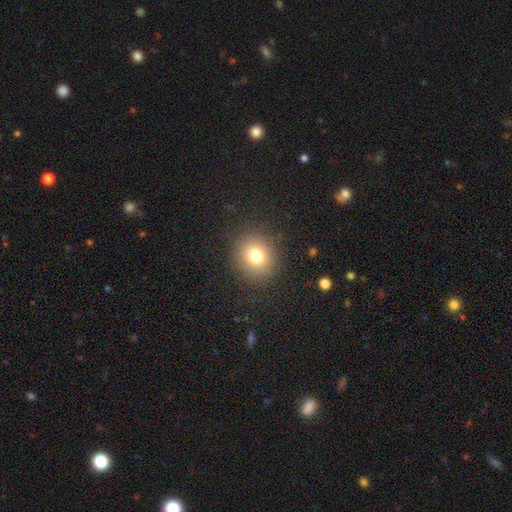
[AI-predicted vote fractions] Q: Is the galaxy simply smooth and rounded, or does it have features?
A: smooth — 77%.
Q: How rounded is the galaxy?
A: round — 83%.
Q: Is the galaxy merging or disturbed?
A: none — 88%.